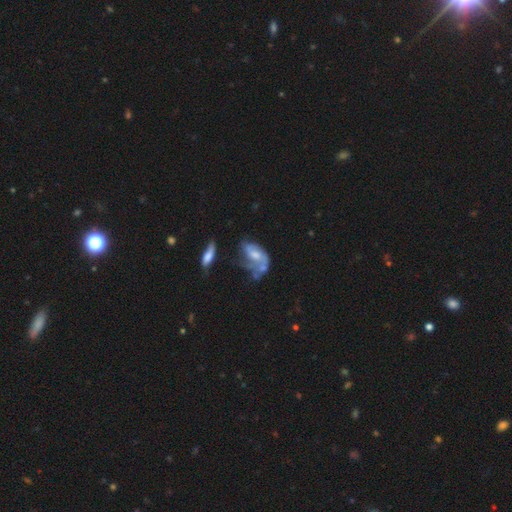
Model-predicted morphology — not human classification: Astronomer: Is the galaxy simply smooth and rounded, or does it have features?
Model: featured or disk — 60%.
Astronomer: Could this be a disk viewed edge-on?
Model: no — 94%.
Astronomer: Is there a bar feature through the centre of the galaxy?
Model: no — 59%.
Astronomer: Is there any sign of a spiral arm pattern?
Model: yes — 64%.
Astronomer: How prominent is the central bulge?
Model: moderate — 43% (runner-up: small, 28%).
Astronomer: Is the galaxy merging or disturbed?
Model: major disturbance — 32% (runner-up: none, 25%).